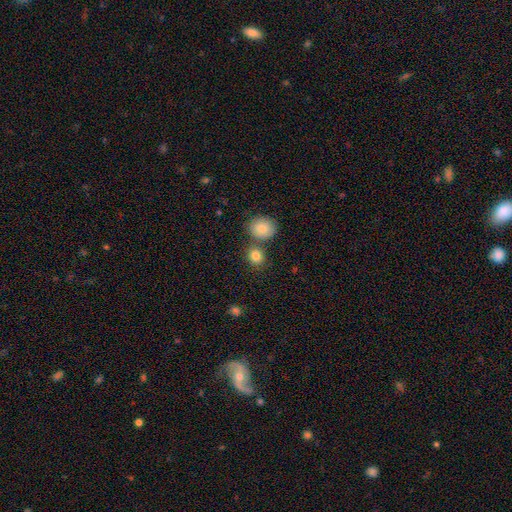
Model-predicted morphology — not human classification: A smooth galaxy with no disk features (84%) that is round (69%).

Vote fractions:
- Smooth or featured? smooth: 84% / star or artifact: 10% / featured or disk: 6%
- How rounded? round: 69% / in between: 29% / cigar-shaped: 1%
- Merging? none: 66% / merger: 22% / minor disturbance: 9% / major disturbance: 3%